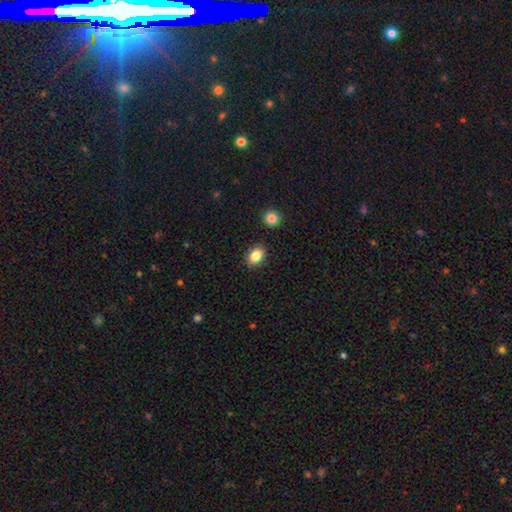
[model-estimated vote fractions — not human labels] Overall: smooth (86%). How rounded: in between (76%). Merging: none (88%).